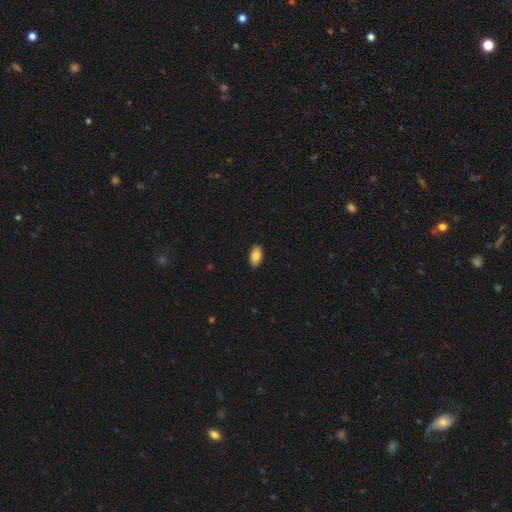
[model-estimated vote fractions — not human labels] This appears to be a smooth galaxy with no disk features (84%) that is in between round and cigar-shaped (94%). Merging: none (90%).